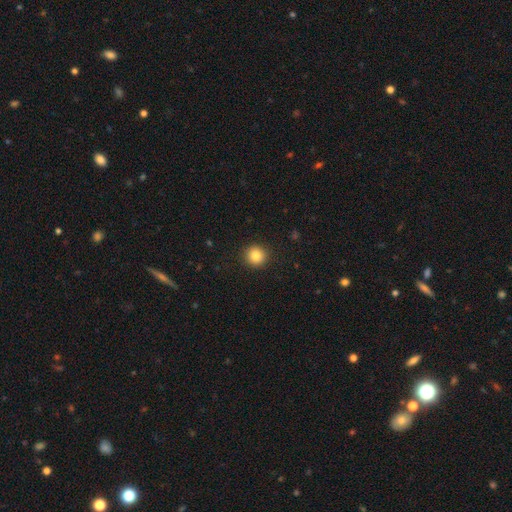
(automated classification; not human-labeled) smooth_or_featured: smooth (p=0.84) [alt: star or artifact p=0.10]
how_rounded: round (p=0.94) [alt: in between p=0.06]
merging: none (p=0.92) [alt: minor disturbance p=0.05]